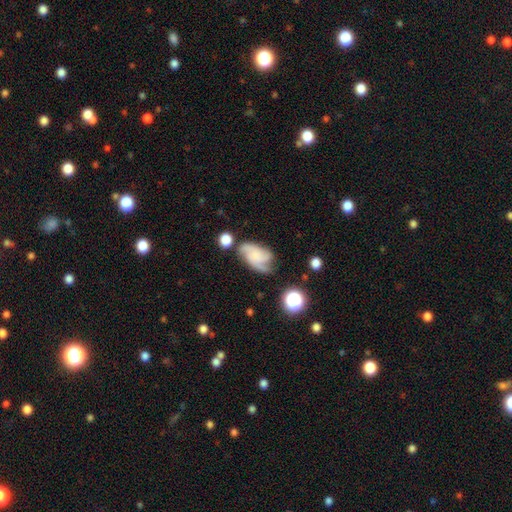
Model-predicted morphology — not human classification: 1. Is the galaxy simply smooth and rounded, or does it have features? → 63% featured or disk, 28% smooth, 9% star or artifact.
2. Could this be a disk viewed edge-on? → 97% no, 3% yes.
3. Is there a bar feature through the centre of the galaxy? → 74% no, 22% weak, 4% strong.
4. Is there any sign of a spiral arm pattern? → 90% yes, 10% no.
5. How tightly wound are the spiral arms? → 43% medium, 31% loose, 26% tight.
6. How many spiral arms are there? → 45% 3, 21% 2, 17% can't tell, 8% 4, 5% 1, 4% more than 4.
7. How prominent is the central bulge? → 50% none, 29% small, 13% moderate, 6% large, 3% dominant.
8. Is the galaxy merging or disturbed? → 50% none, 26% minor disturbance, 17% major disturbance, 7% merger.